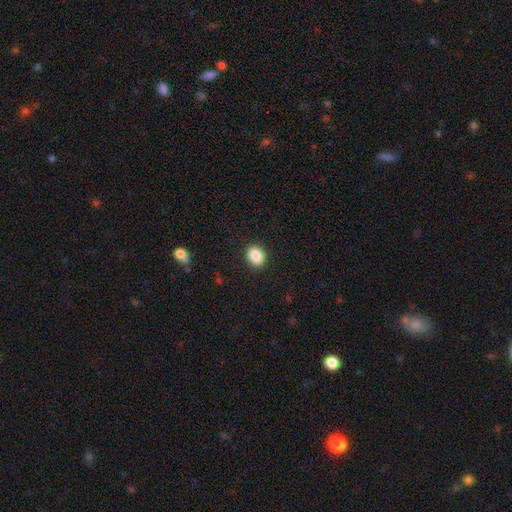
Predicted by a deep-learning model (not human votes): Smooth or featured? smooth (88%)
How rounded? in between (50%)
Merging? none (90%)